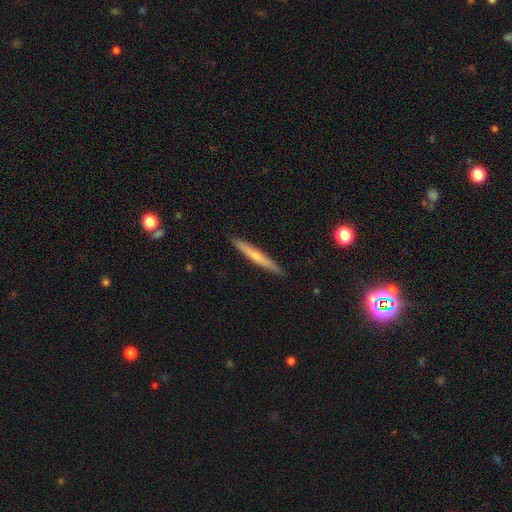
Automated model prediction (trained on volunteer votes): Smooth or featured? smooth (50%)
How rounded? cigar-shaped (96%)
Merging? none (91%)